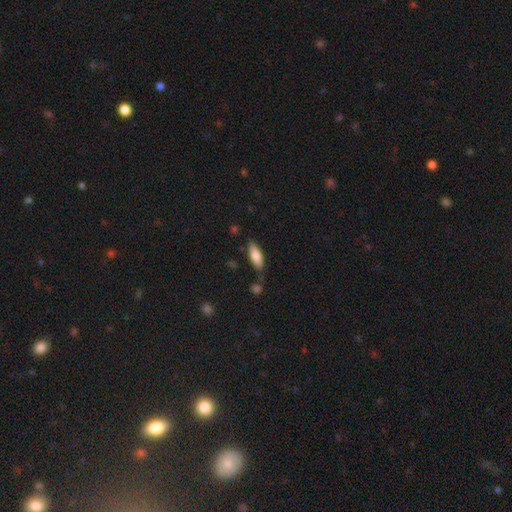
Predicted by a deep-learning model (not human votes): Morphology: type=smooth (80%); roundness=in between (65%); merging=none (77%).